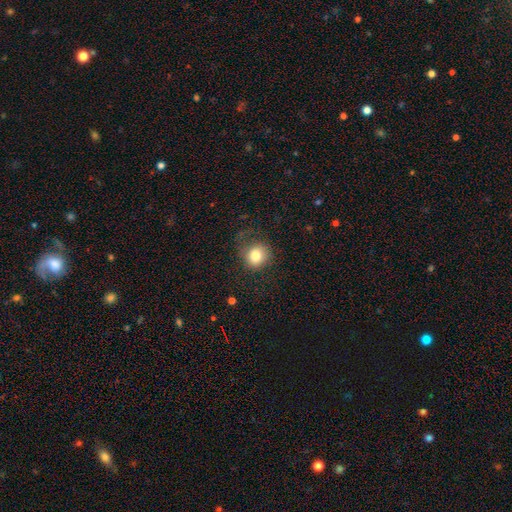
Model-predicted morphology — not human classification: This is likely a smooth galaxy (79%). How rounded: clearly round (82%). Merging: likely none (68%).